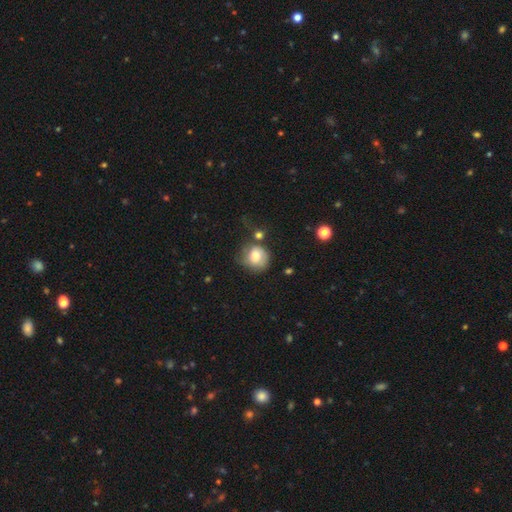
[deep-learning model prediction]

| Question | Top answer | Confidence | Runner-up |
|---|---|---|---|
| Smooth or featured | smooth | 72% | featured or disk (19%) |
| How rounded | round | 79% | in between (20%) |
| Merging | none | 50% | minor disturbance (28%) |